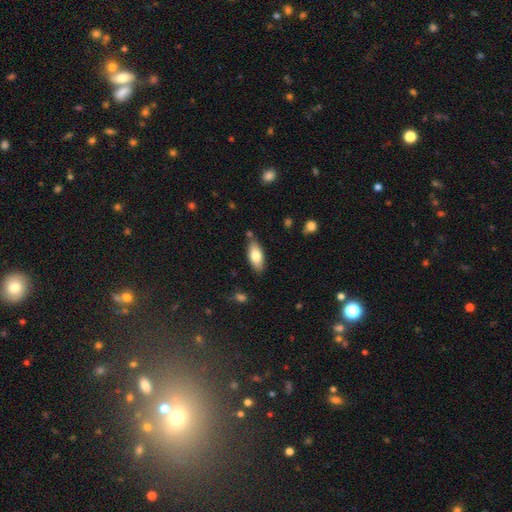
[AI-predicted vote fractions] A smooth galaxy with no disk features (77%) that is in between round and cigar-shaped (83%). Merging: none (82%).